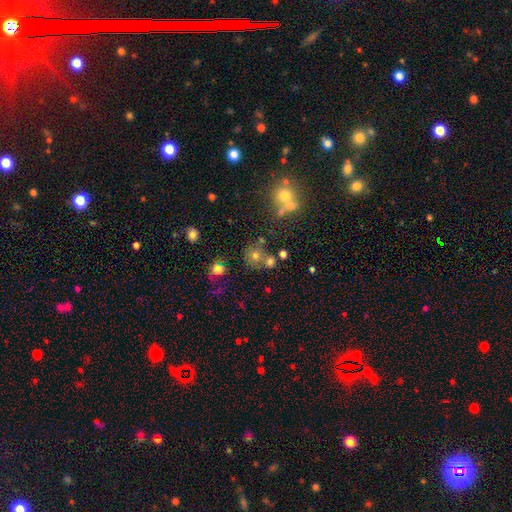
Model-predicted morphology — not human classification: Smooth or featured? Predicted: smooth (p=0.59). How rounded? Predicted: round (p=0.85). Merging? Predicted: none (p=0.62).